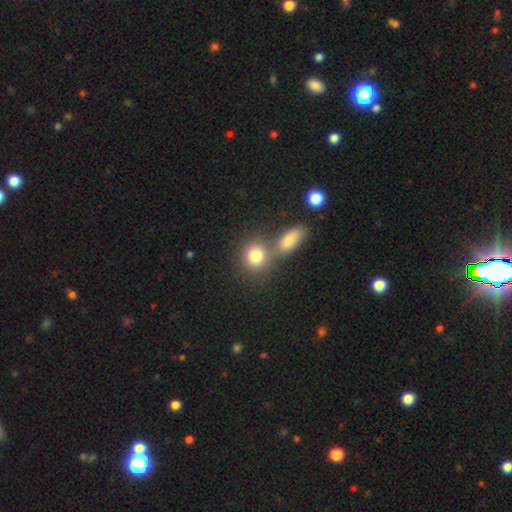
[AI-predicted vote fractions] smooth_or_featured: smooth (p=0.79) [alt: star or artifact p=0.11]
how_rounded: round (p=0.76) [alt: in between p=0.23]
merging: none (p=0.49) [alt: merger p=0.39]